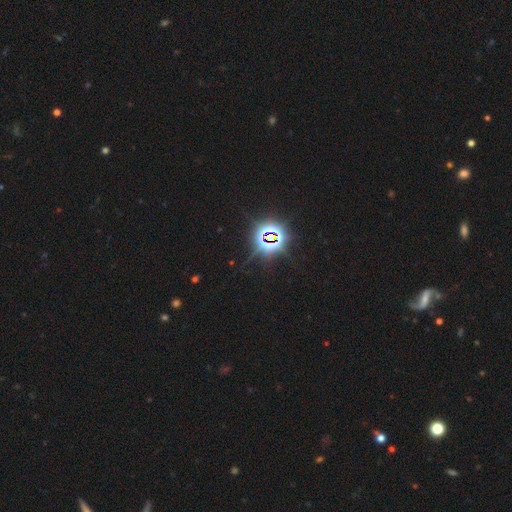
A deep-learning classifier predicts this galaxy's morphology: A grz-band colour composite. It shows a star or artifact, not a galaxy (84%).